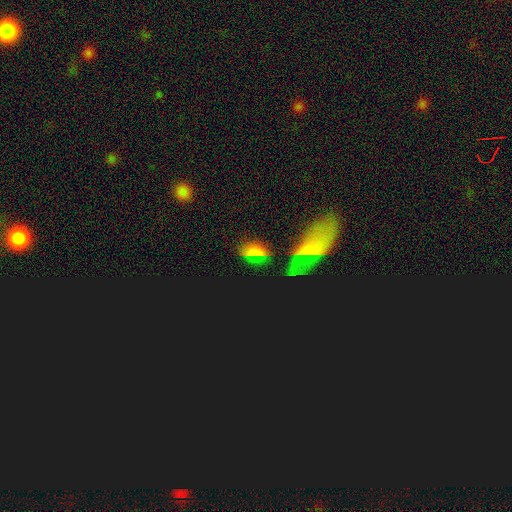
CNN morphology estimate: smooth 48%, star or artifact 37%, featured or disk 15%. Down the decision tree: merging — none (69%).